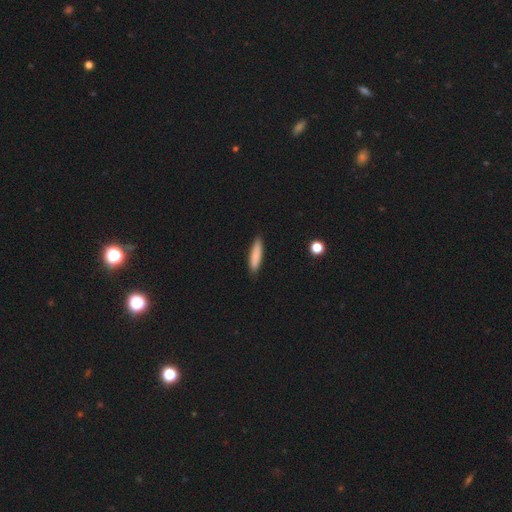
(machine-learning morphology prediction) A smooth galaxy with no disk features (83%) that is cigar-shaped (80%). Merging: none (88%).